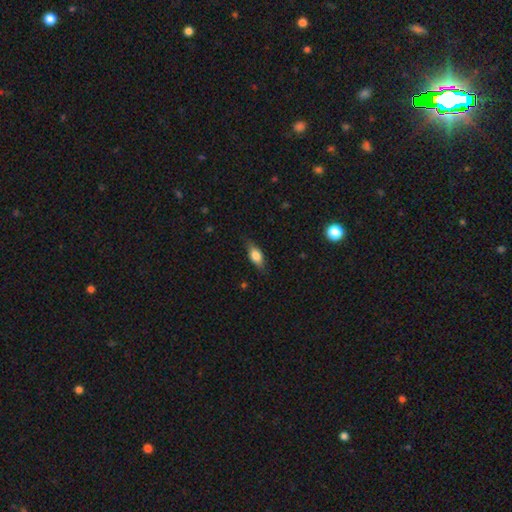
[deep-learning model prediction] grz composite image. It shows a smooth galaxy with no disk features (71%) that is in between round and cigar-shaped (79%). Merging: none (80%).